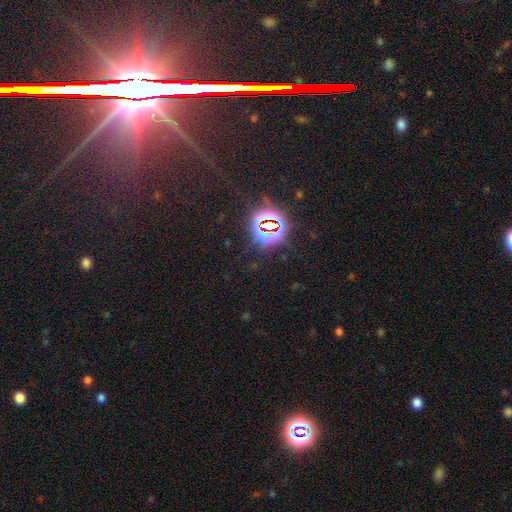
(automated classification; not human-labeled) This is likely a star or artifact rather than a galaxy (78%).